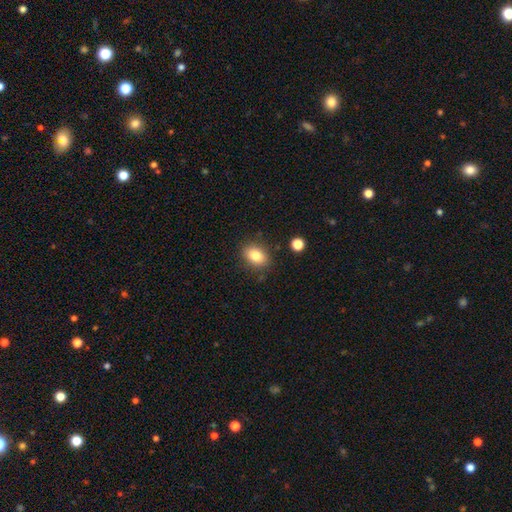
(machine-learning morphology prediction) A smooth galaxy with no disk features (83%) that is in between round and cigar-shaped (76%).

Vote fractions:
- Smooth or featured? smooth: 83% / star or artifact: 9% / featured or disk: 8%
- How rounded? in between: 76% / round: 22% / cigar-shaped: 1%
- Merging? none: 85% / minor disturbance: 10% / major disturbance: 3% / merger: 2%